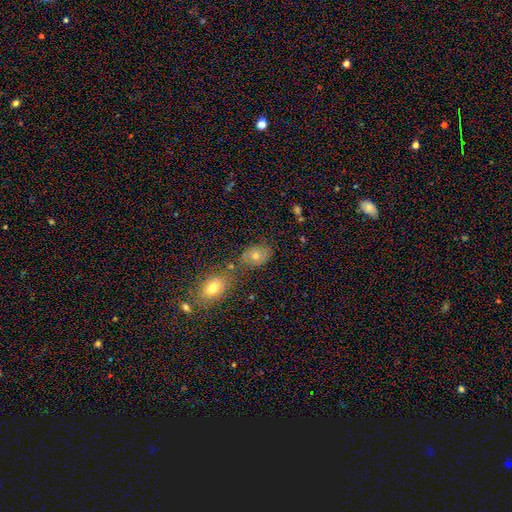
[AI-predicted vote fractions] Smooth or featured? Predicted: smooth (p=0.62). How rounded? Predicted: in between (p=0.66). Merging? Predicted: none (p=0.59).